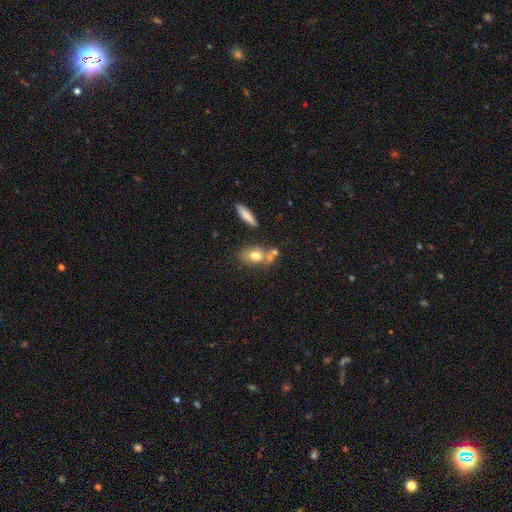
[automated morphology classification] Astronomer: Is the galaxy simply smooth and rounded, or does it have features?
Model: smooth — 71%.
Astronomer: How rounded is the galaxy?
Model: in between — 70%.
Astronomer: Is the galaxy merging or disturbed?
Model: none — 47% (runner-up: merger, 33%).